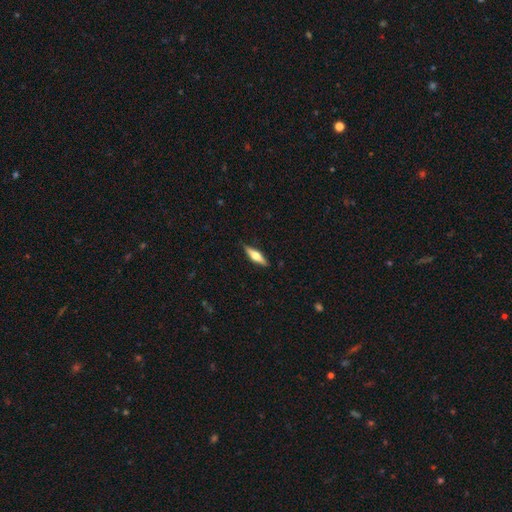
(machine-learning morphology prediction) smooth_or_featured: featured or disk (p=0.57) [alt: smooth p=0.37]
disk_edge_on: yes (p=0.95) [alt: no p=0.05]
edge_on_bulge: rounded (p=0.92) [alt: boxy p=0.06]
merging: none (p=0.88) [alt: minor disturbance p=0.09]